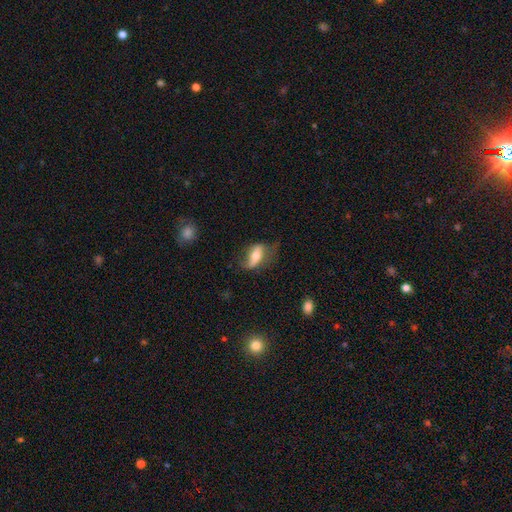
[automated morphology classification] Overall: smooth (48%; featured or disk 44%). Merging: none (47%; minor disturbance 30%).